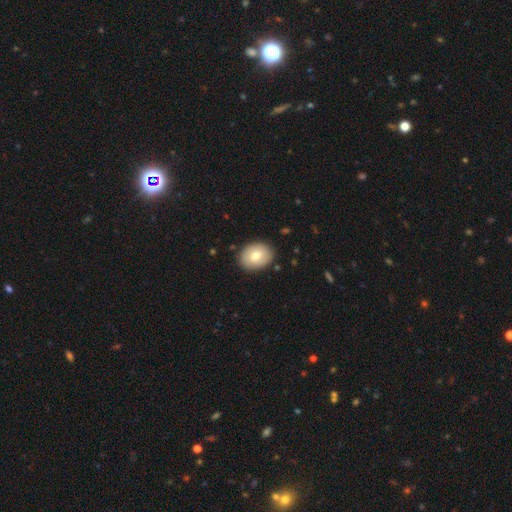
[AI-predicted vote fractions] Morphology: type=smooth (72%); roundness=in between (64%); merging=none (86%).